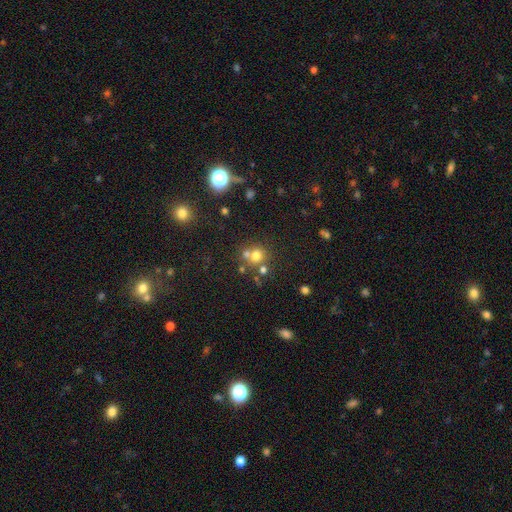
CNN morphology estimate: A smooth galaxy with no disk features (67%) that is round (85%). Merging: none (53%).